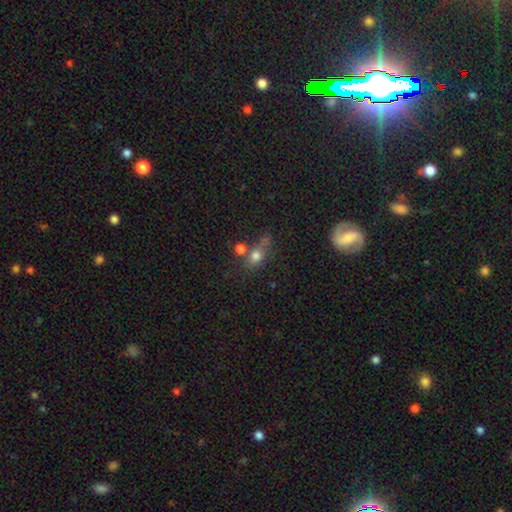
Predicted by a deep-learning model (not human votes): The model was most divided on "how rounded": in between: 49%, round: 45%, cigar-shaped: 6%. Remaining: smooth or featured — smooth (73%); merging — none (48%).